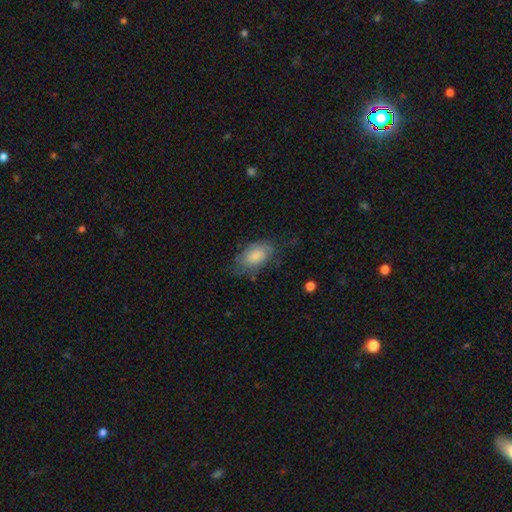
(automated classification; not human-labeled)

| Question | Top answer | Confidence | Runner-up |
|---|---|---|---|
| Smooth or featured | smooth | 73% | featured or disk (20%) |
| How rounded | in between | 92% | round (6%) |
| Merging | none | 54% | minor disturbance (29%) |